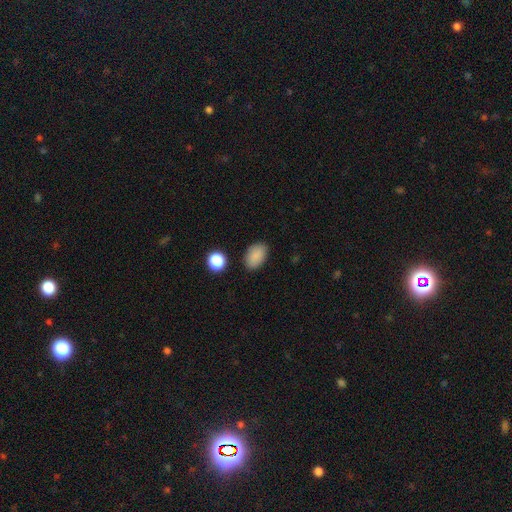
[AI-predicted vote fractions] Q: Smooth or featured?
A: smooth (87%); runner-up: star or artifact (9%)
Q: How rounded?
A: in between (88%); runner-up: round (11%)
Q: Merging?
A: none (85%); runner-up: minor disturbance (10%)